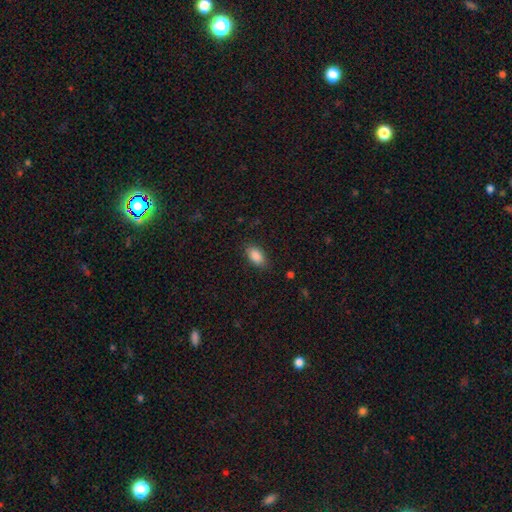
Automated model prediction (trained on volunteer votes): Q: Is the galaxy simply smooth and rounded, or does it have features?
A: smooth — 88%.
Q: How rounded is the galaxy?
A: in between — 92%.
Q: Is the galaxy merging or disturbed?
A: none — 85%.